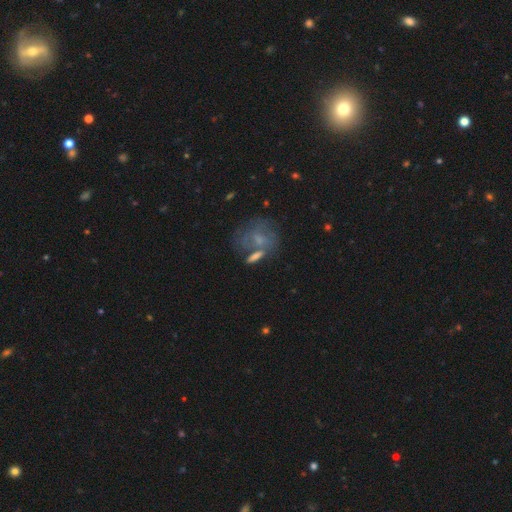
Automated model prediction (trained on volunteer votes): smooth-or-featured: smooth: 50% | featured or disk: 36% | star or artifact: 14%
  how-rounded: in between: 53% | round: 38% | cigar-shaped: 9%
  merging: none: 44% | merger: 27% | minor disturbance: 17% | major disturbance: 12%